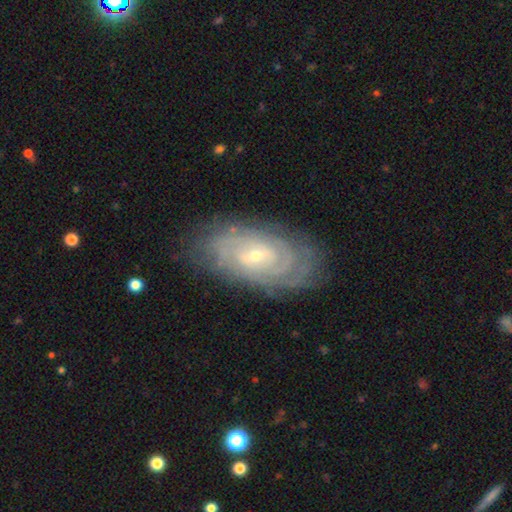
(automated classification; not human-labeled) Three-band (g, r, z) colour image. It shows a featured or disk galaxy (85%) with no bar (58%), tight (83%) spiral arms (95%) and a small central bulge (72%). Merging: none (80%).